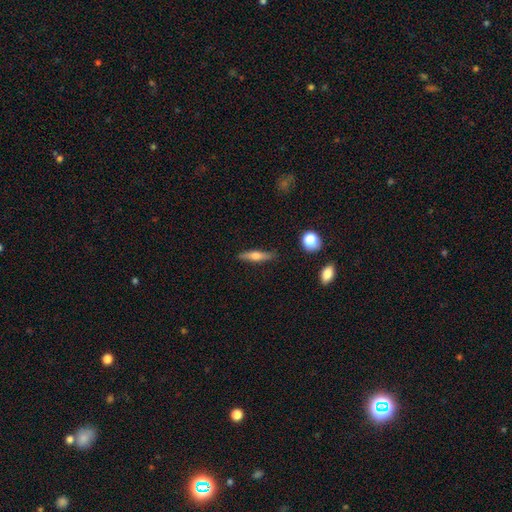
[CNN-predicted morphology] Smooth or featured: smooth — 51% (featured or disk — 42%)
How rounded: cigar-shaped — 76% (in between — 20%)
Merging: none — 85% (minor disturbance — 11%)